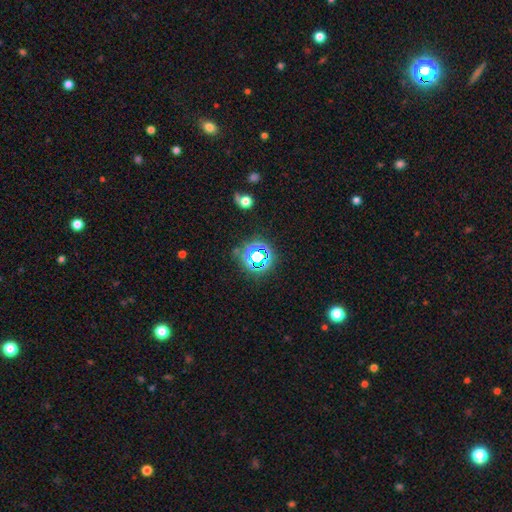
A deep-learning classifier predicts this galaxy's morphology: This is likely a star or artifact rather than a galaxy (66%).